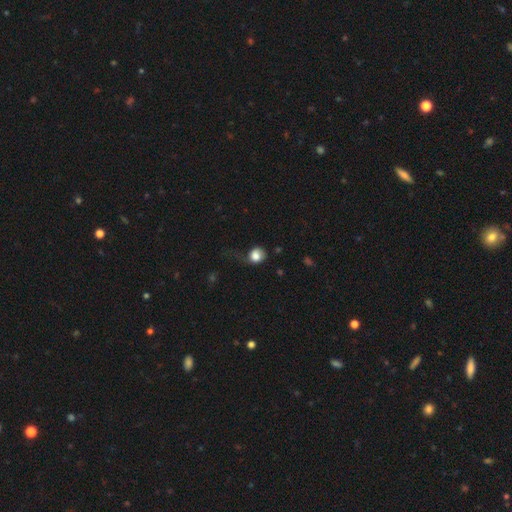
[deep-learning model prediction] Smooth or featured? smooth (81%)
How rounded? round (73%)
Merging? none (40%)